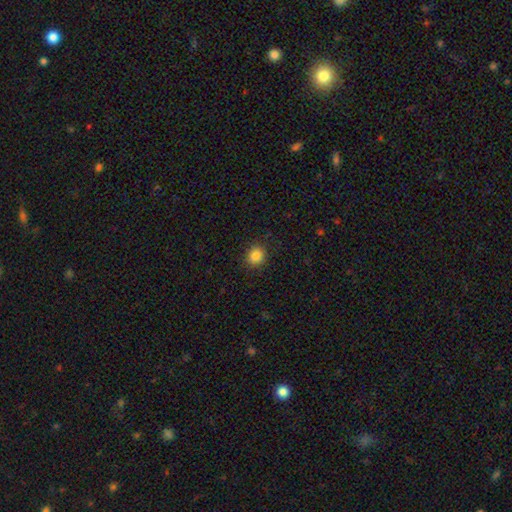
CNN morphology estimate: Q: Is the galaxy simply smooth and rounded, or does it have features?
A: smooth — 85%.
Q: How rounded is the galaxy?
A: round — 81%.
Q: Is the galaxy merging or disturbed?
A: none — 89%.